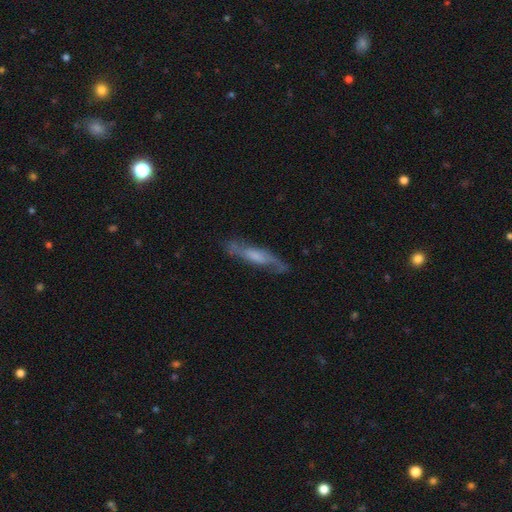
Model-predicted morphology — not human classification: A featured or disk galaxy (62%) viewed edge-on (52%). Merging: none (70%).